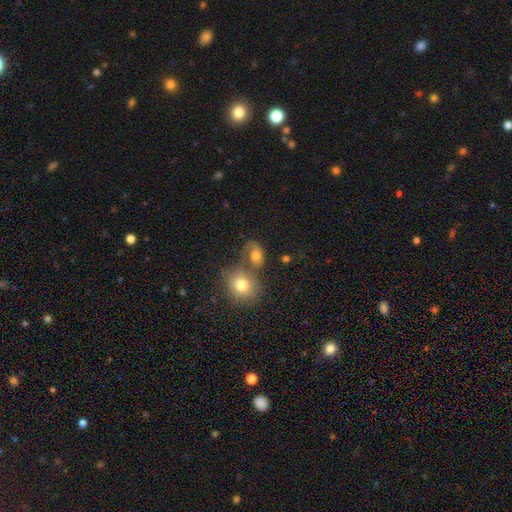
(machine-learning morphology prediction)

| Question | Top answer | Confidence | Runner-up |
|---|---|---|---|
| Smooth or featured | smooth | 66% | featured or disk (22%) |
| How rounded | in between | 56% | round (43%) |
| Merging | merger | 45% | none (32%) |